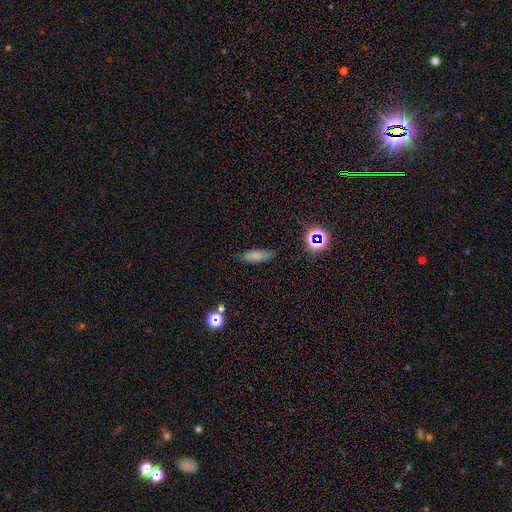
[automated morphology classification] Smooth or featured? Predicted: smooth (p=0.75). How rounded? Predicted: in between (p=0.54). Merging? Predicted: none (p=0.78).